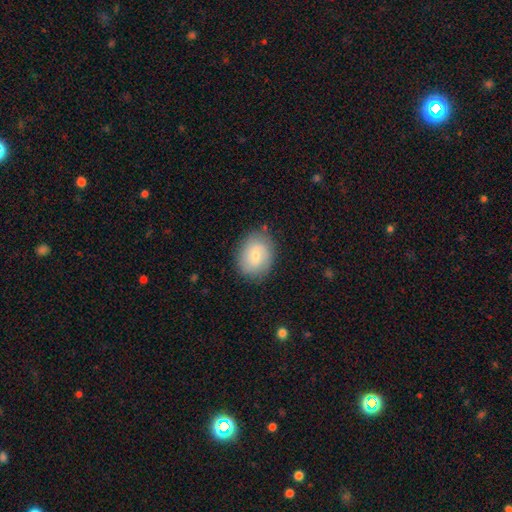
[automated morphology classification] A smooth galaxy with no disk features (65%) that is in between round and cigar-shaped (63%).

Vote fractions:
- Smooth or featured? smooth: 65% / featured or disk: 28% / star or artifact: 7%
- How rounded? in between: 63% / round: 36% / cigar-shaped: 1%
- Merging? none: 80% / minor disturbance: 14% / major disturbance: 4% / merger: 1%